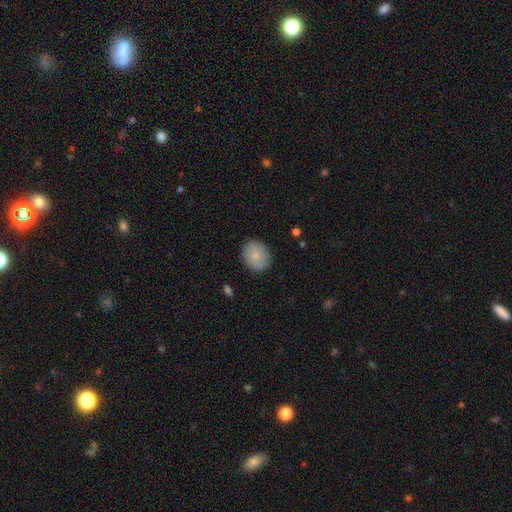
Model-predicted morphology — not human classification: Smooth or featured: smooth — 77% (featured or disk — 15%)
How rounded: round — 70% (in between — 29%)
Merging: none — 84% (minor disturbance — 12%)